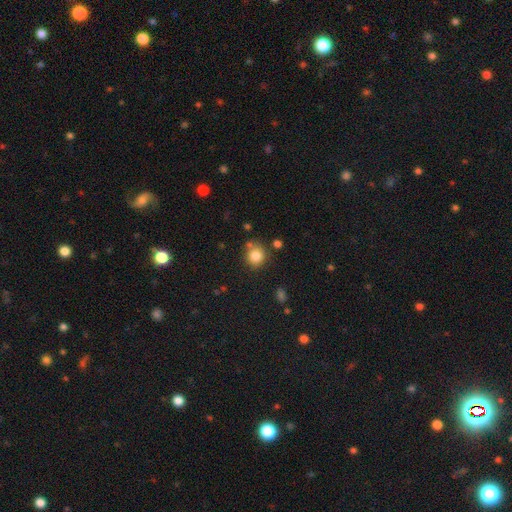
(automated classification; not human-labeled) This is clearly a smooth galaxy (82%). How rounded: clearly round (86%). Merging: likely none (75%).